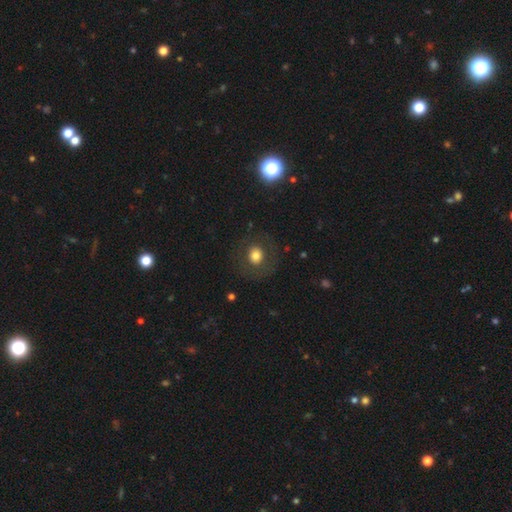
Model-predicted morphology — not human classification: smooth-or-featured: smooth: 71% | featured or disk: 19% | star or artifact: 10%
  how-rounded: round: 83% | in between: 16% | cigar-shaped: 1%
  merging: none: 82% | minor disturbance: 10% | major disturbance: 7% | merger: 1%